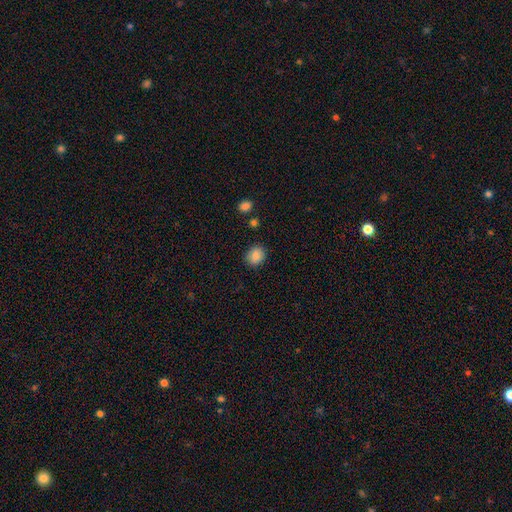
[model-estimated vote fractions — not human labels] This appears to be a smooth galaxy with no disk features (87%) that is round (71%). Merging: none (88%).